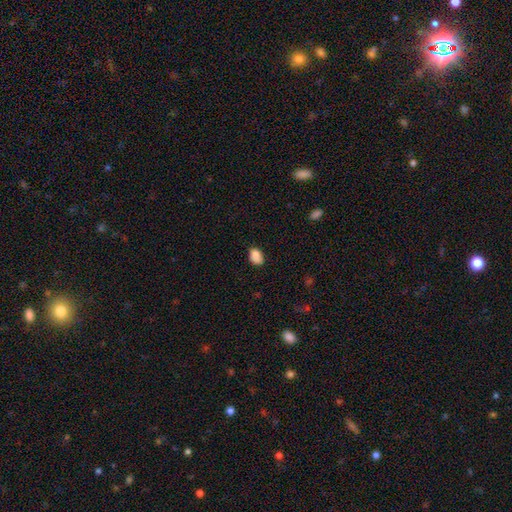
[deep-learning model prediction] A smooth galaxy with no disk features (87%) that is in between round and cigar-shaped (82%).

Vote fractions:
- Smooth or featured? smooth: 87% / star or artifact: 9% / featured or disk: 5%
- How rounded? in between: 82% / round: 16% / cigar-shaped: 1%
- Merging? none: 72% / minor disturbance: 22% / major disturbance: 4% / merger: 2%